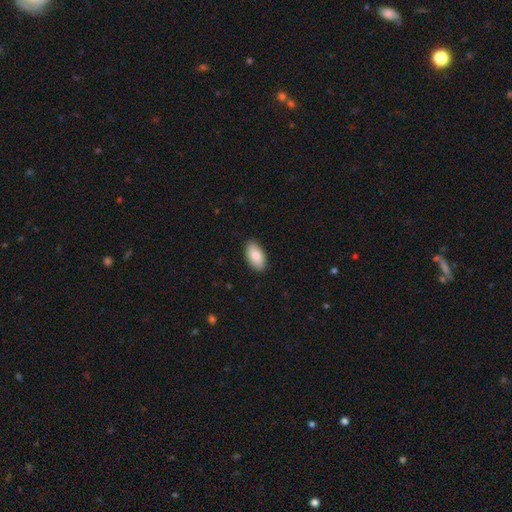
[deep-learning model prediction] smooth 86%, featured or disk 8%, star or artifact 6%. Down the decision tree: how rounded — in between (94%); merging — none (87%).